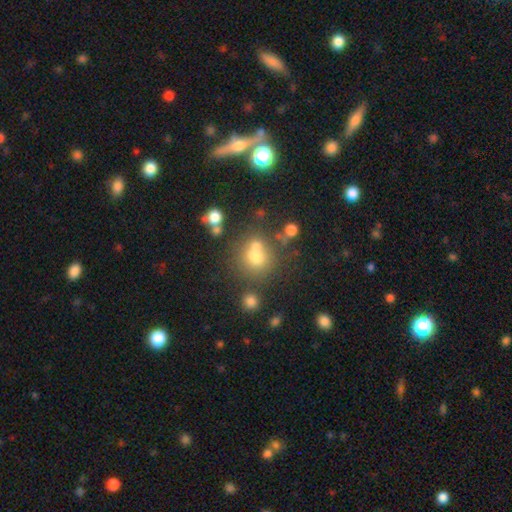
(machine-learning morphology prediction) This appears to be a smooth galaxy with no disk features (63%) that is round (81%). Merging: none (48%).